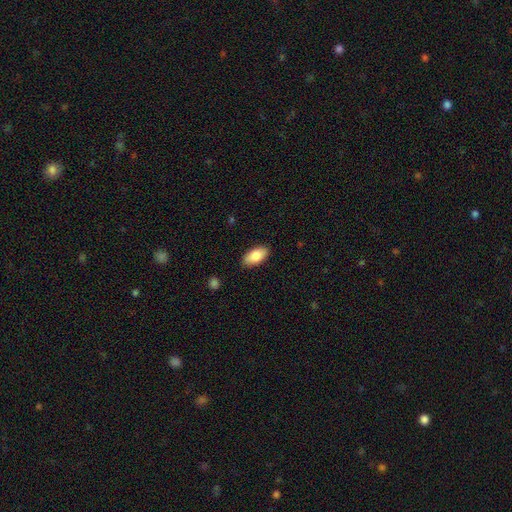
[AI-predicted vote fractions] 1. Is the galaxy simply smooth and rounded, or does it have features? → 85% smooth, 9% featured or disk, 6% star or artifact.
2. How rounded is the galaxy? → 93% in between, 5% cigar-shaped, 2% round.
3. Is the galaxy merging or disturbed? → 88% none, 9% minor disturbance, 2% major disturbance, 1% merger.